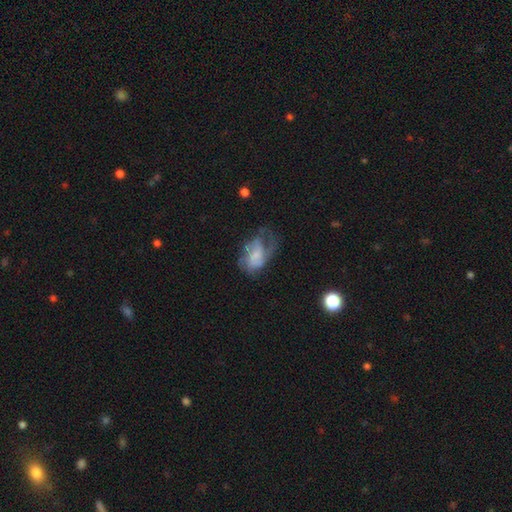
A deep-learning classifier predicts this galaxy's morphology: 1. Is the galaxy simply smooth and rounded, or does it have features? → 55% featured or disk, 36% smooth, 9% star or artifact.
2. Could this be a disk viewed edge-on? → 97% no, 3% yes.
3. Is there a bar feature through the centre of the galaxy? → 62% no, 31% weak, 7% strong.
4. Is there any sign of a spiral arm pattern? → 69% yes, 31% no.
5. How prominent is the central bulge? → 35% none, 33% small, 21% moderate, 9% large, 2% dominant.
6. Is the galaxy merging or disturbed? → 43% major disturbance, 29% none, 25% minor disturbance, 3% merger.